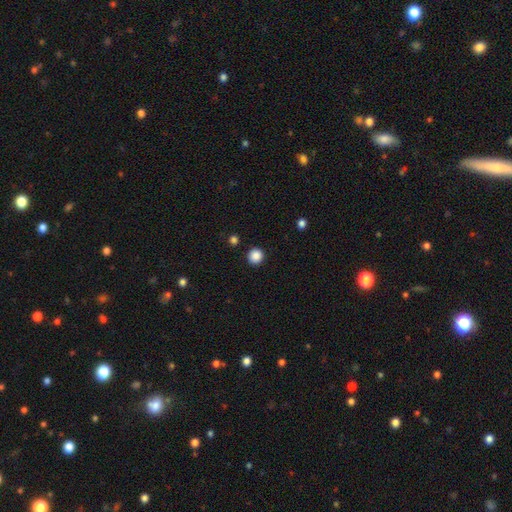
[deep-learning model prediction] This appears to be a smooth galaxy with no disk features (87%) that is round (94%). Merging: none (92%).